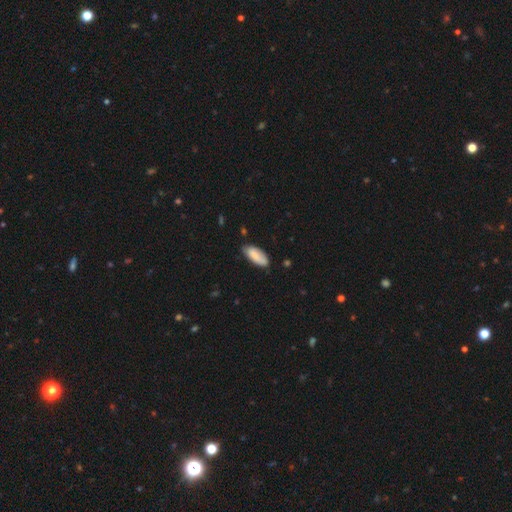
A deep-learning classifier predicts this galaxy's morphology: Q: Smooth or featured?
A: smooth (85%); runner-up: featured or disk (9%)
Q: How rounded?
A: in between (84%); runner-up: cigar-shaped (15%)
Q: Merging?
A: none (73%); runner-up: minor disturbance (22%)